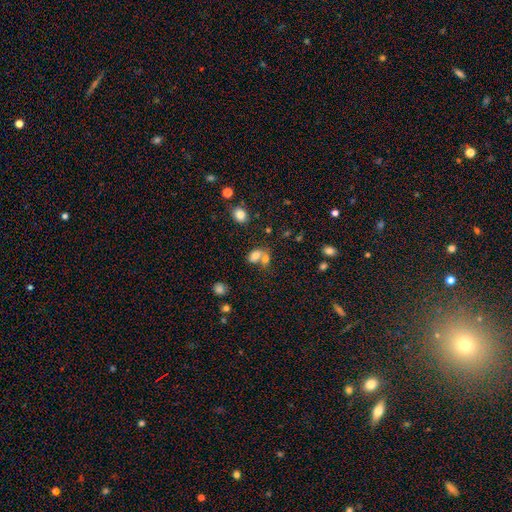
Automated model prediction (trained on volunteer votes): The model was most divided on "merging": merger: 59%, none: 28%, minor disturbance: 8%, major disturbance: 5%. More confident: smooth or featured — smooth (74%); how rounded — in between (72%).